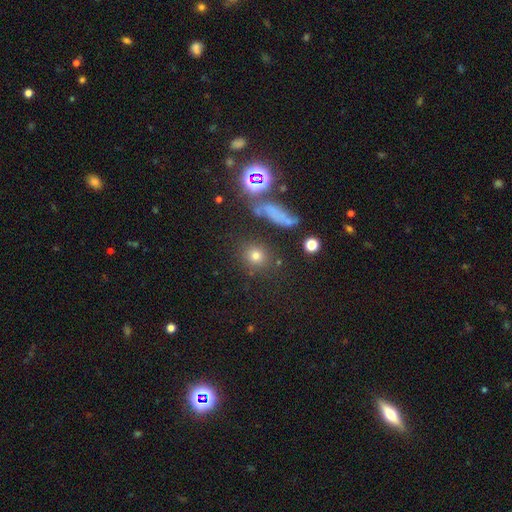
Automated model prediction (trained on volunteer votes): Smooth or featured?
  - smooth: 66% *
  - star or artifact: 23%
  - featured or disk: 10%
How rounded?
  - round: 78% *
  - in between: 18%
  - cigar-shaped: 4%
Merging?
  - none: 79% *
  - minor disturbance: 10%
  - merger: 6%
  - major disturbance: 5%